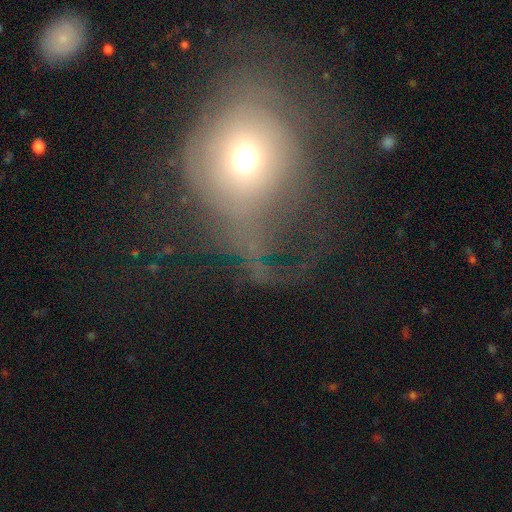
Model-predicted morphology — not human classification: A smooth galaxy with no disk features (49%).

Vote fractions:
- Smooth or featured? smooth: 49% / featured or disk: 32% / star or artifact: 19%
- Merging? major disturbance: 57% / none: 25% / minor disturbance: 13% / merger: 5%